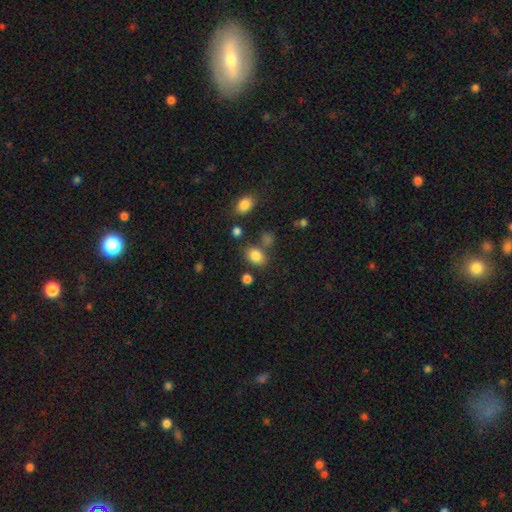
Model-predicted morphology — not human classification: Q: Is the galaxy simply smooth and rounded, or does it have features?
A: smooth — 82%.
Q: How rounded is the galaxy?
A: in between — 65%.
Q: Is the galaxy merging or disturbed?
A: none — 71%.